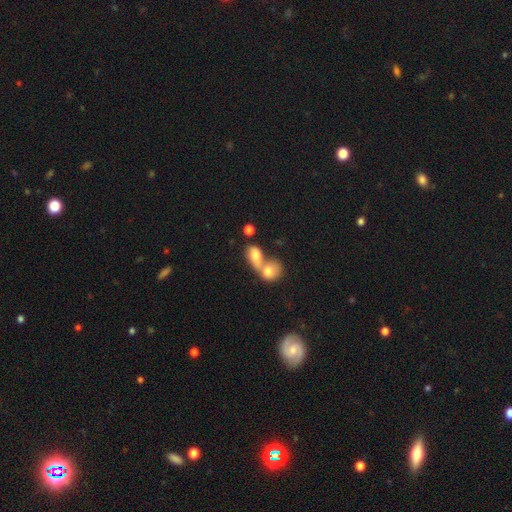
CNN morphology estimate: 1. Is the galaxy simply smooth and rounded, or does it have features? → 76% smooth, 16% featured or disk, 8% star or artifact.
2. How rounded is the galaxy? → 71% in between, 26% round, 3% cigar-shaped.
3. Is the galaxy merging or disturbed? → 75% merger, 15% none, 6% minor disturbance, 4% major disturbance.